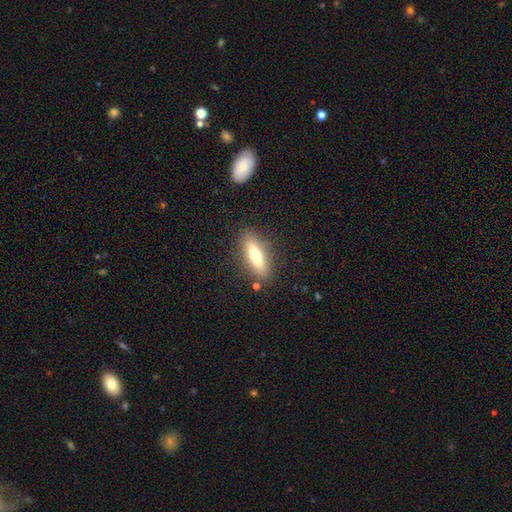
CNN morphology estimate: smooth-or-featured: smooth: 60% | featured or disk: 33% | star or artifact: 7%
  how-rounded: cigar-shaped: 51% | in between: 47% | round: 2%
  merging: none: 84% | minor disturbance: 10% | major disturbance: 3% | merger: 2%